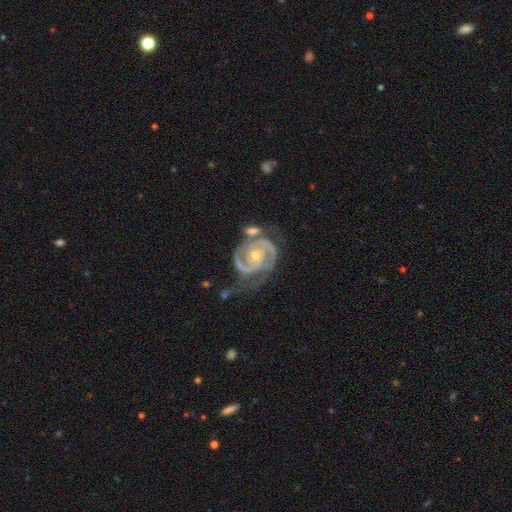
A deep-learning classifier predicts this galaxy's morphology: Smooth or featured: featured or disk — 93% (star or artifact — 4%)
Edge-on disk: no — 98% (yes — 2%)
Bar: no — 63% (weak — 26%)
Spiral arms: yes — 98% (no — 2%)
Spiral winding: tight — 64% (medium — 32%)
Spiral arm count: 2 — 79% (3 — 11%)
Bulge size: small — 54% (moderate — 43%)
Merging: none — 50% (minor disturbance — 24%)